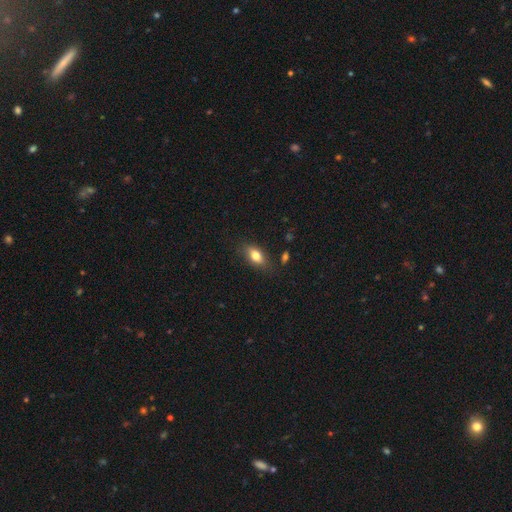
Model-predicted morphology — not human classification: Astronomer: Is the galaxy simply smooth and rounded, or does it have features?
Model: smooth — 79%.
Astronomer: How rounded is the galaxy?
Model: in between — 84%.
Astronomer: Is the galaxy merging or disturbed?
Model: none — 80%.